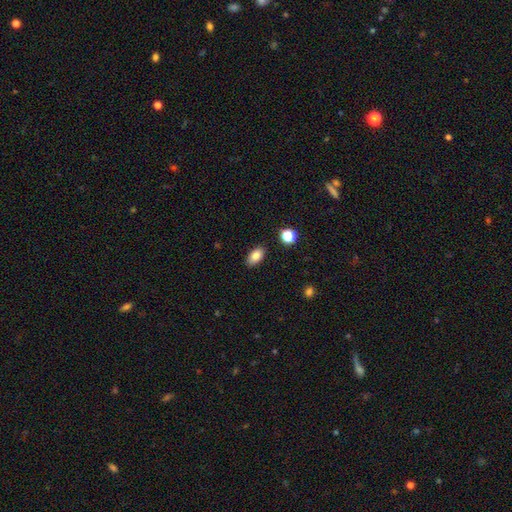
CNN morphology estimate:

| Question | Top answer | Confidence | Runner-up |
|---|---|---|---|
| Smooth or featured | smooth | 83% | star or artifact (9%) |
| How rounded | in between | 90% | round (7%) |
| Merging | none | 87% | minor disturbance (10%) |